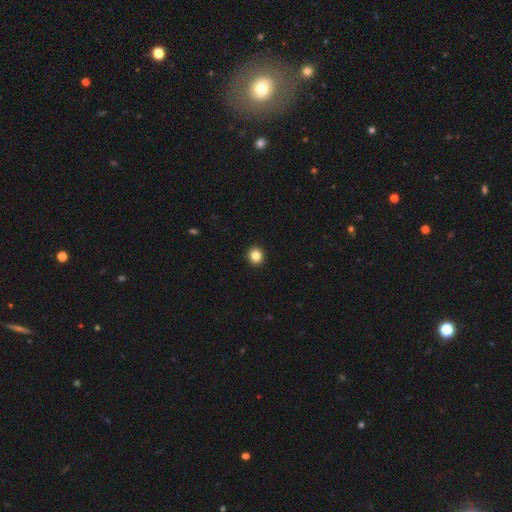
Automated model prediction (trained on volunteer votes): Morphology: type=smooth (84%); roundness=round (90%); merging=none (94%).